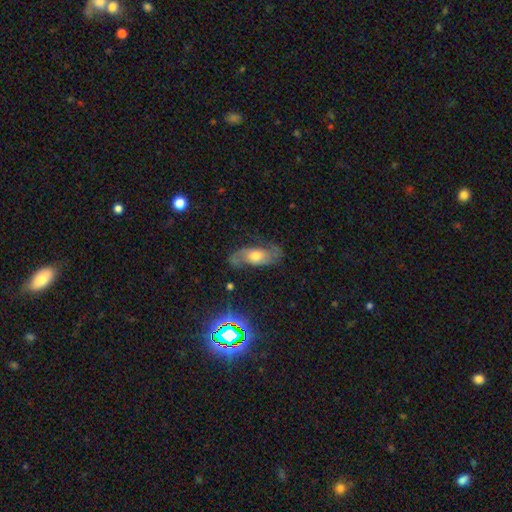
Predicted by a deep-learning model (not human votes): Q: Smooth or featured?
A: featured or disk (50%); runner-up: smooth (40%)
Q: Edge-on disk?
A: no (80%); runner-up: yes (20%)
Q: Merging?
A: none (58%); runner-up: minor disturbance (25%)